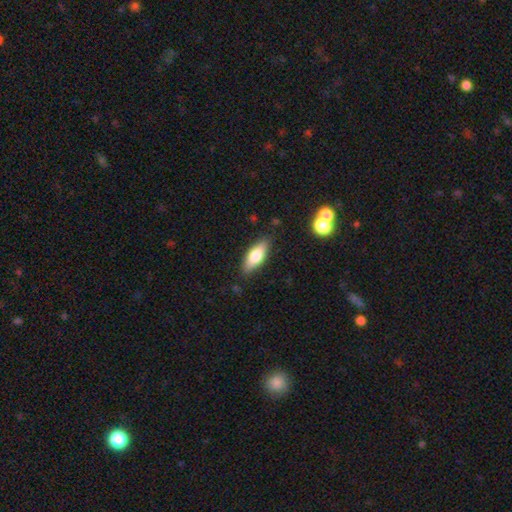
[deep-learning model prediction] This appears to be a smooth galaxy with no disk features (69%) that is in between round and cigar-shaped (71%). Merging: none (84%).